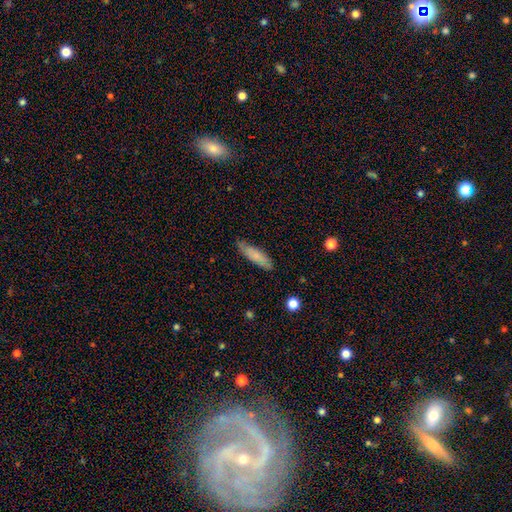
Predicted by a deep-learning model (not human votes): Smooth or featured: smooth — 74% (featured or disk — 20%)
How rounded: cigar-shaped — 60% (in between — 38%)
Merging: none — 77% (minor disturbance — 18%)